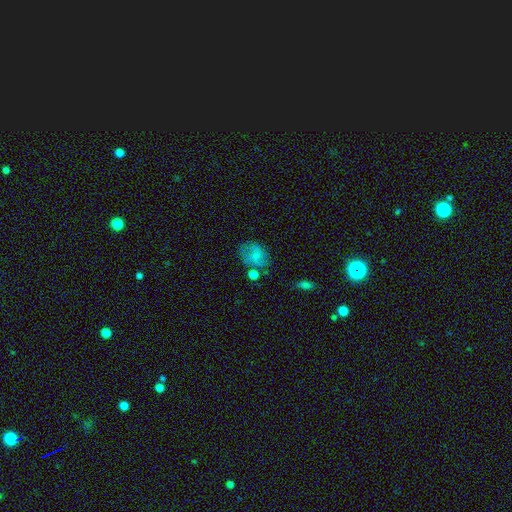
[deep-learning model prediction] Morphology: type=smooth (64%); roundness=in between (64%); merging=none (48%).